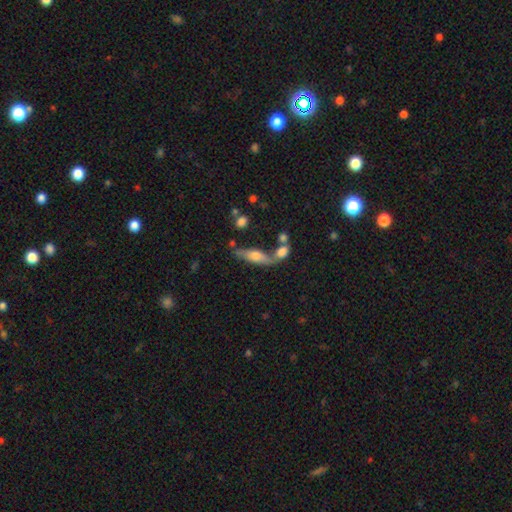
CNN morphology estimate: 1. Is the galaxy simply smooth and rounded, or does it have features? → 49% smooth, 44% featured or disk, 8% star or artifact.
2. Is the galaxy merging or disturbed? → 53% none, 27% merger, 14% minor disturbance, 6% major disturbance.